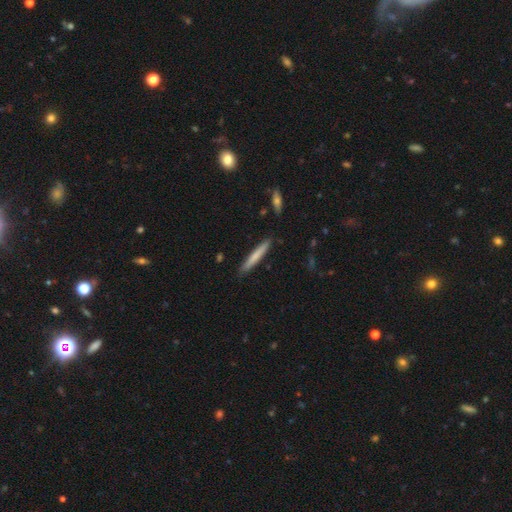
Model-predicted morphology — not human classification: Smooth or featured: smooth — 72% (featured or disk — 23%)
How rounded: cigar-shaped — 96% (in between — 3%)
Merging: none — 89% (minor disturbance — 8%)